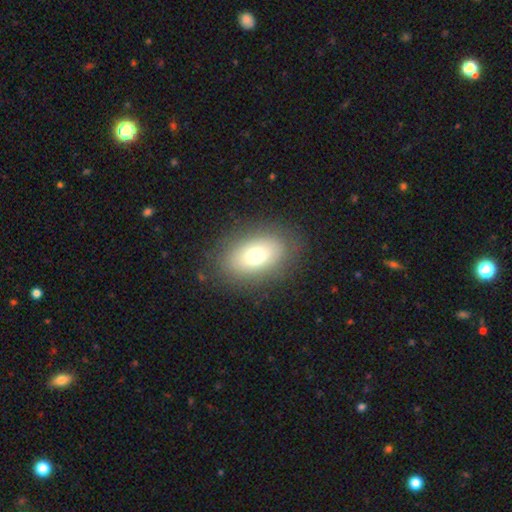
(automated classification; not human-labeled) Smooth or featured? smooth (72%)
How rounded? in between (84%)
Merging? none (84%)